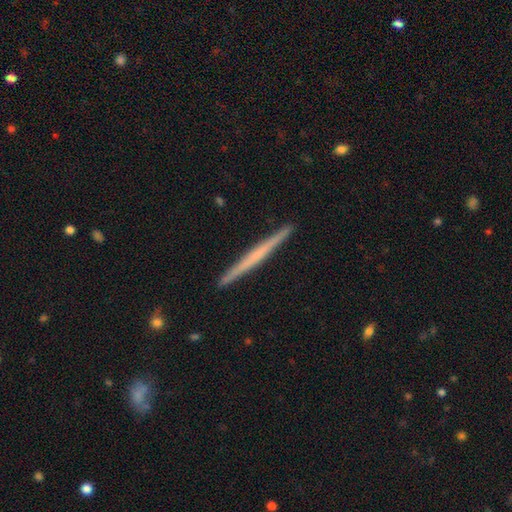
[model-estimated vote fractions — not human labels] Smooth or featured? featured or disk (58%)
Edge-on disk? yes (98%)
Edge-on bulge? none (79%)
Merging? none (93%)